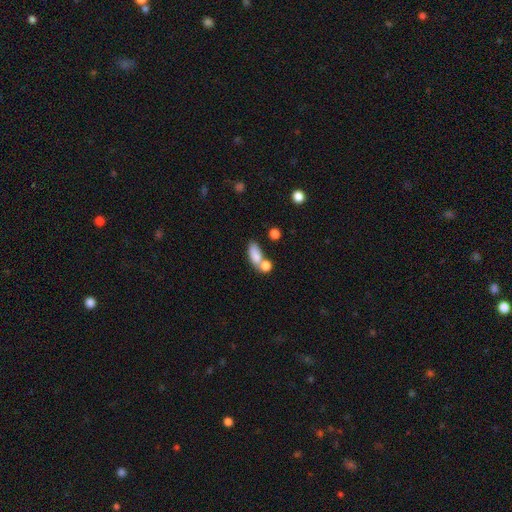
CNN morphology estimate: The model was most divided on "merging": merger: 41%, none: 38%, minor disturbance: 13%, major disturbance: 7%. More confident: smooth or featured — smooth (81%); how rounded — in between (78%).